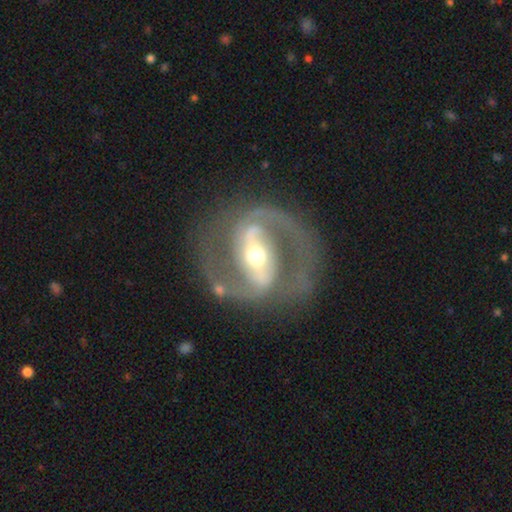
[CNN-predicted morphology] Smooth or featured? featured or disk (90%)
Edge-on disk? no (97%)
Bar? strong (61%)
Spiral arms? yes (93%)
Spiral winding? medium (58%)
Spiral arm count? 2 (91%)
Bulge size? moderate (67%)
Merging? none (77%)